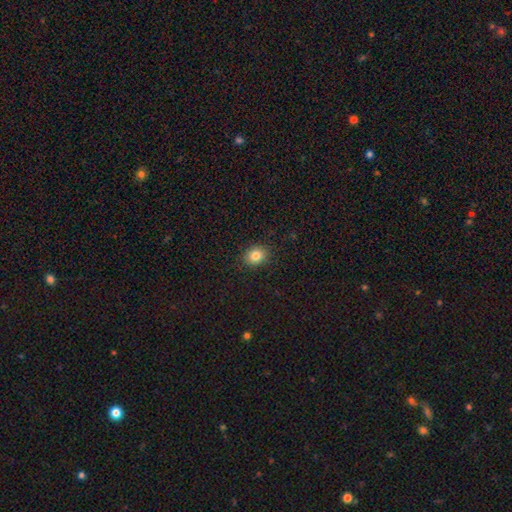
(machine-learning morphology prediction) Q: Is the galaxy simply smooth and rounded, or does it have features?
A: smooth — 82%.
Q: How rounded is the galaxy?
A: round — 61%.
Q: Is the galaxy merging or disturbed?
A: none — 89%.